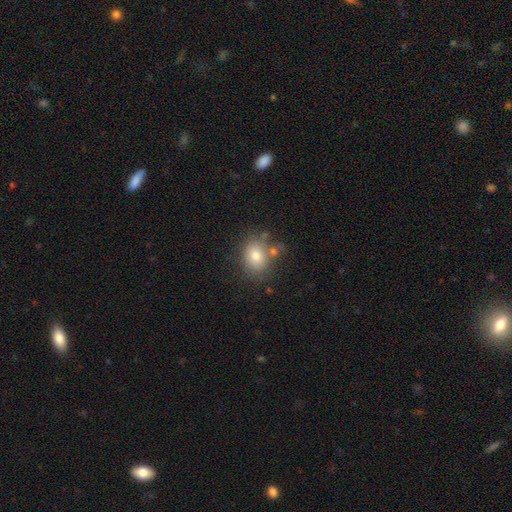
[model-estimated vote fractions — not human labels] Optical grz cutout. It shows a smooth galaxy with no disk features (77%) that is round (53%). Merging: none (70%).